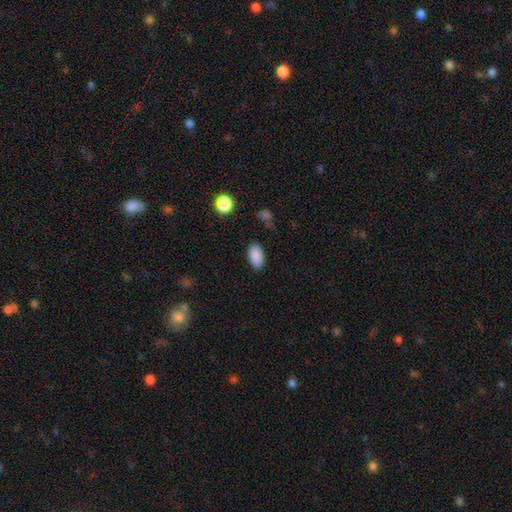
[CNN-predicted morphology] This is clearly a smooth galaxy (88%). How rounded: clearly in between (93%). Merging: clearly none (86%).